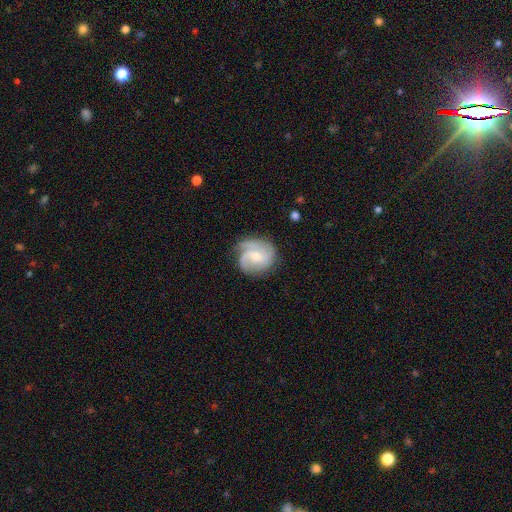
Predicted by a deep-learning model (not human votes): Smooth or featured? featured or disk (77%)
Edge-on disk? no (98%)
Bar? no (50%)
Spiral arms? yes (95%)
Spiral winding? medium (45%)
Spiral arm count? 2 (37%)
Bulge size? small (48%)
Merging? none (66%)